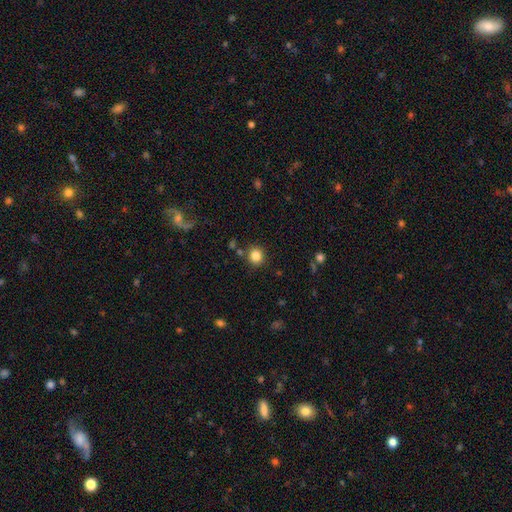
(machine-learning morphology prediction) Smooth or featured?
  - smooth: 84% *
  - star or artifact: 11%
  - featured or disk: 5%
How rounded?
  - round: 86% *
  - in between: 13%
  - cigar-shaped: 1%
Merging?
  - none: 85% *
  - minor disturbance: 8%
  - merger: 4%
  - major disturbance: 3%